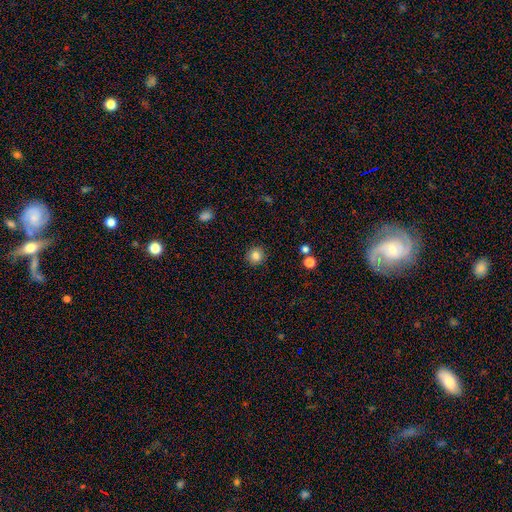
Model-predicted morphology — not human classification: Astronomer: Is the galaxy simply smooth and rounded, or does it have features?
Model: smooth — 83%.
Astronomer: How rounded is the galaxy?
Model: round — 93%.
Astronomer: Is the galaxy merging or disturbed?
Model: none — 90%.